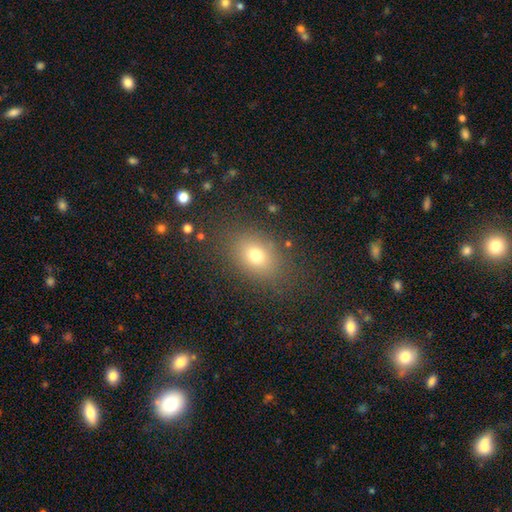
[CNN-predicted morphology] Smooth or featured?
  - smooth: 74% *
  - star or artifact: 14%
  - featured or disk: 12%
How rounded?
  - in between: 70% *
  - round: 29%
  - cigar-shaped: 2%
Merging?
  - none: 81% *
  - minor disturbance: 11%
  - major disturbance: 5%
  - merger: 2%